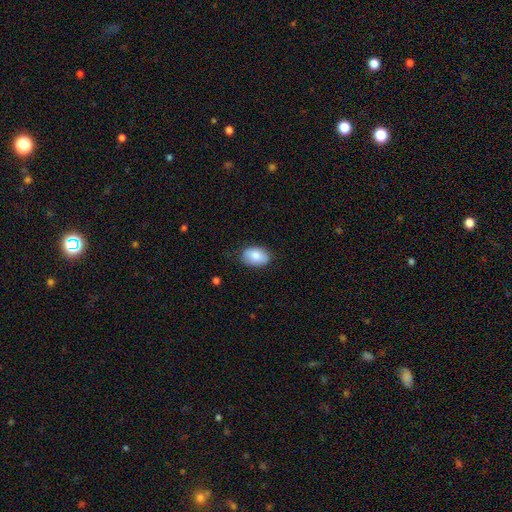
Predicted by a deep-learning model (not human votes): This appears to be a smooth galaxy with no disk features (83%) that is in between round and cigar-shaped (85%). Merging: none (82%).